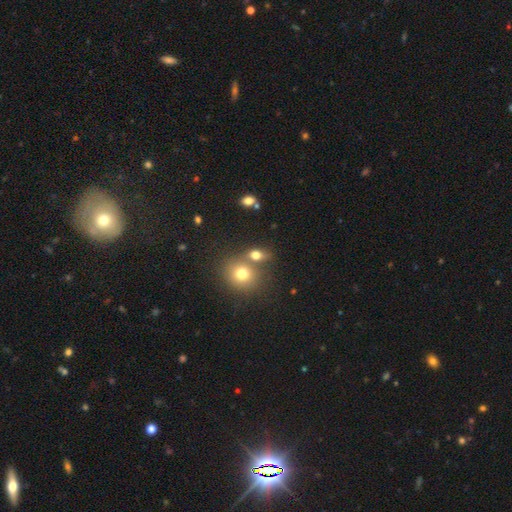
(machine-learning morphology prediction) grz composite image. It shows a smooth galaxy with no disk features (72%) that is in between round and cigar-shaped (48%, tied with round). Merging: none (50%).